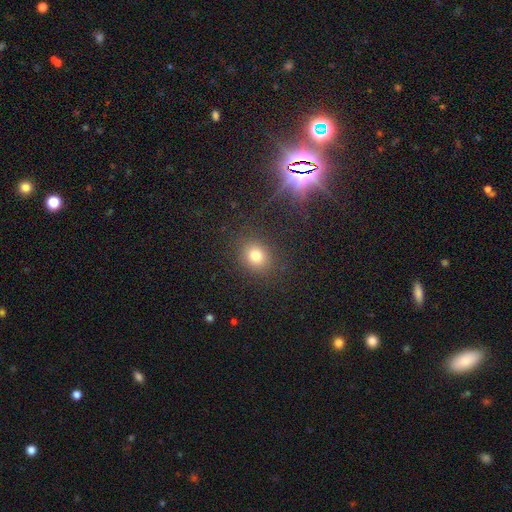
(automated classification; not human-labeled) This appears to be a smooth galaxy with no disk features (75%) that is round (67%). Merging: none (85%).